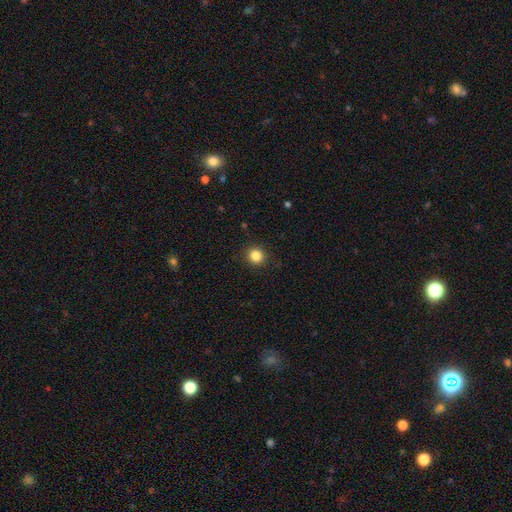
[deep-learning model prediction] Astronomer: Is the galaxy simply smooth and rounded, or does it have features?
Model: smooth — 85%.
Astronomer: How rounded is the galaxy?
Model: round — 92%.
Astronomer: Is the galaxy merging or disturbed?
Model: none — 91%.